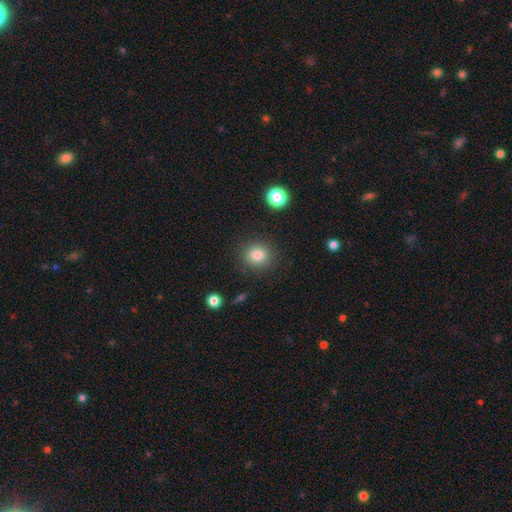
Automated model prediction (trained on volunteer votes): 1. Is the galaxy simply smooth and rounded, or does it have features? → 82% smooth, 11% star or artifact, 6% featured or disk.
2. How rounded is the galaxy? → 87% round, 12% in between, 1% cigar-shaped.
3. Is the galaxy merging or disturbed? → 89% none, 7% minor disturbance, 3% major disturbance, 2% merger.